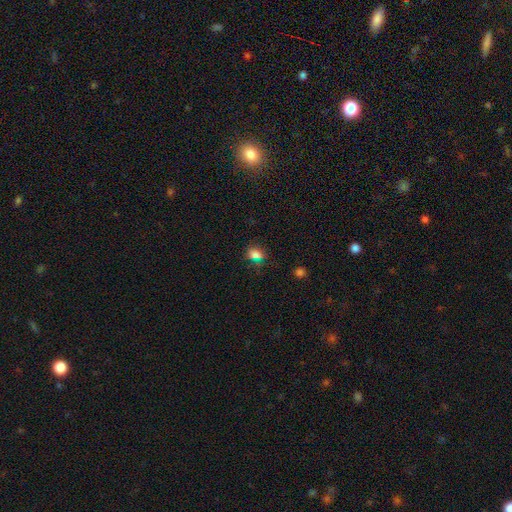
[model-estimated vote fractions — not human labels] A smooth galaxy with no disk features (75%) that is in between round and cigar-shaped (61%). Merging: none (76%).